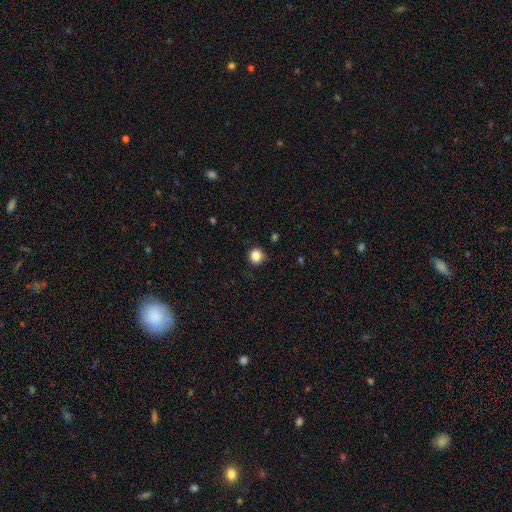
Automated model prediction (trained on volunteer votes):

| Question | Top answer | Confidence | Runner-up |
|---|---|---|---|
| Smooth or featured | smooth | 85% | star or artifact (11%) |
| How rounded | round | 90% | in between (9%) |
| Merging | none | 84% | minor disturbance (12%) |